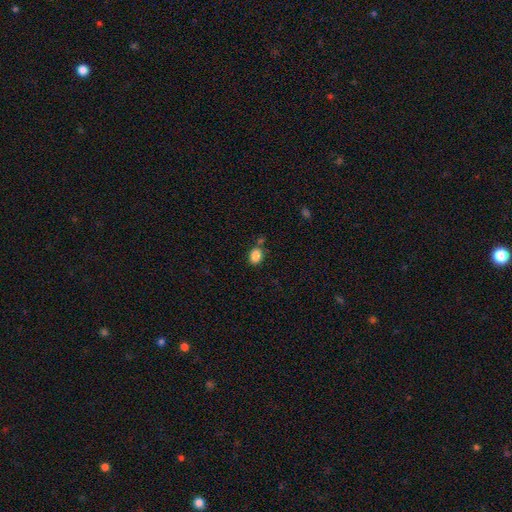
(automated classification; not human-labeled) Morphology: type=smooth (86%); roundness=in between (60%); merging=none (72%).